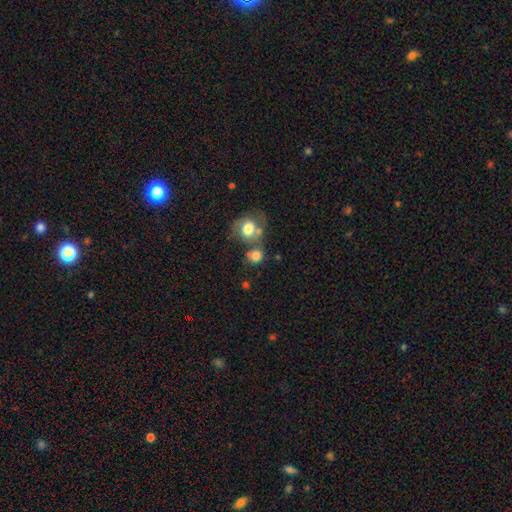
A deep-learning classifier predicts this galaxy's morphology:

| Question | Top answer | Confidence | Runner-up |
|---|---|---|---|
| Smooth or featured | smooth | 77% | featured or disk (14%) |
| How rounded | round | 76% | in between (23%) |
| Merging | none | 43% | merger (37%) |